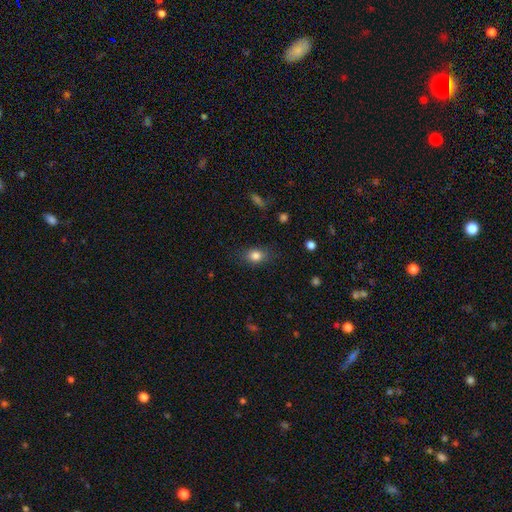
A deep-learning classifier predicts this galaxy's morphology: The model was most divided on "how rounded": in between: 62%, round: 35%, cigar-shaped: 2%. More confident: smooth or featured — smooth (82%); merging — none (80%).